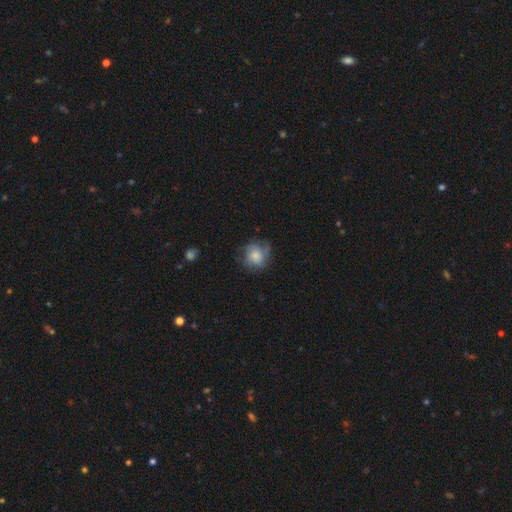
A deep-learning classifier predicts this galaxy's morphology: Smooth or featured: smooth — 61% (featured or disk — 31%)
How rounded: round — 79% (in between — 20%)
Merging: none — 59% (minor disturbance — 25%)